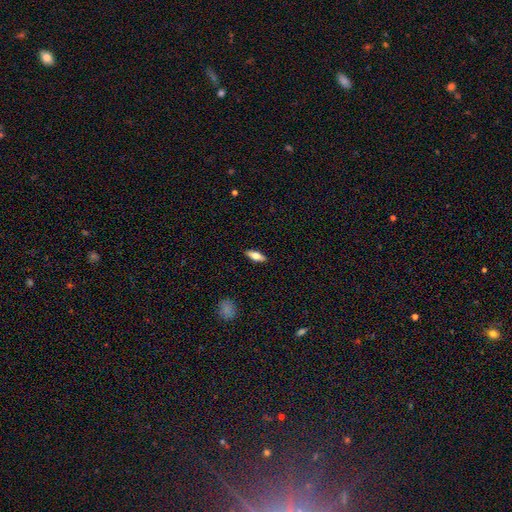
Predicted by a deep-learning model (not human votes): Q: Smooth or featured?
A: smooth (62%); runner-up: featured or disk (31%)
Q: How rounded?
A: in between (64%); runner-up: cigar-shaped (33%)
Q: Merging?
A: none (90%); runner-up: minor disturbance (7%)